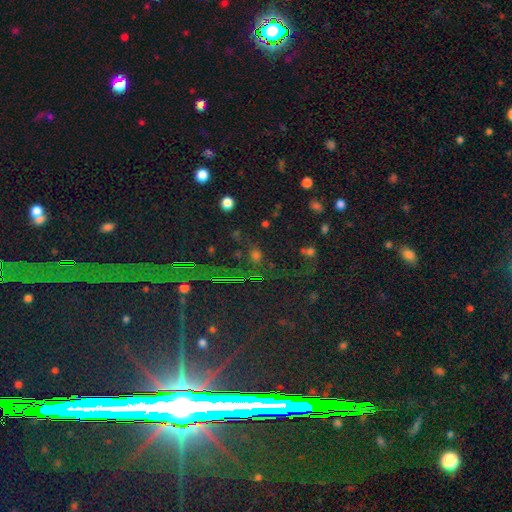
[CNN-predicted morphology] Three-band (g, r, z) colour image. It shows a star or artifact, not a galaxy (50%).